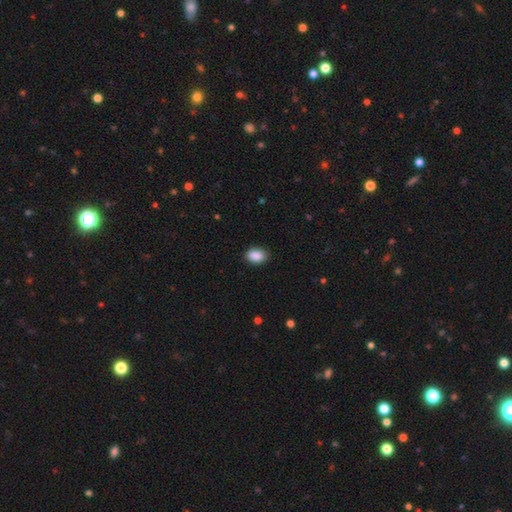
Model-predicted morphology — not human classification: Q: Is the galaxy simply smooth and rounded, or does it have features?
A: smooth — 89%.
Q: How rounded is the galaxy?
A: in between — 82%.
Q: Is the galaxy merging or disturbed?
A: none — 84%.